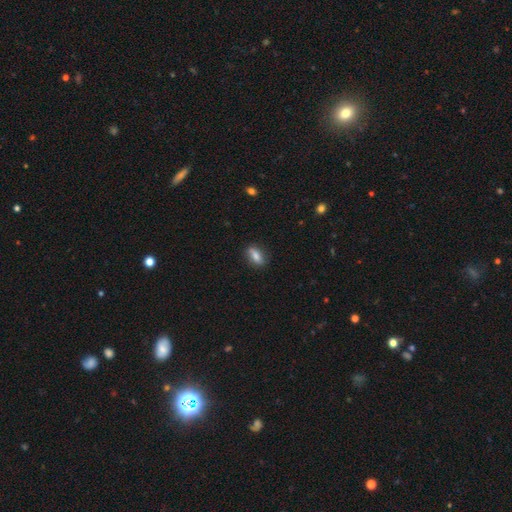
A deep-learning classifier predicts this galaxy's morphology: A smooth galaxy with no disk features (69%) that is in between round and cigar-shaped (74%).

Vote fractions:
- Smooth or featured? smooth: 69% / featured or disk: 23% / star or artifact: 8%
- How rounded? in between: 74% / cigar-shaped: 17% / round: 9%
- Merging? none: 81% / minor disturbance: 14% / major disturbance: 3% / merger: 2%